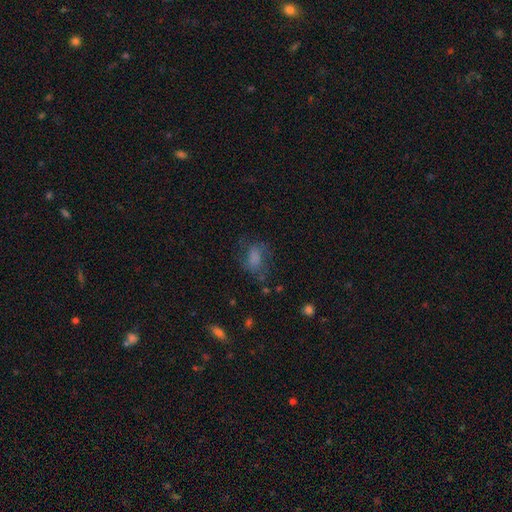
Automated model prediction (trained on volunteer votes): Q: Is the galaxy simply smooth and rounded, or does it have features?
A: smooth — 57%.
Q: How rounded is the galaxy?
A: in between — 76%.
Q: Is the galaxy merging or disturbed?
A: none — 51%.